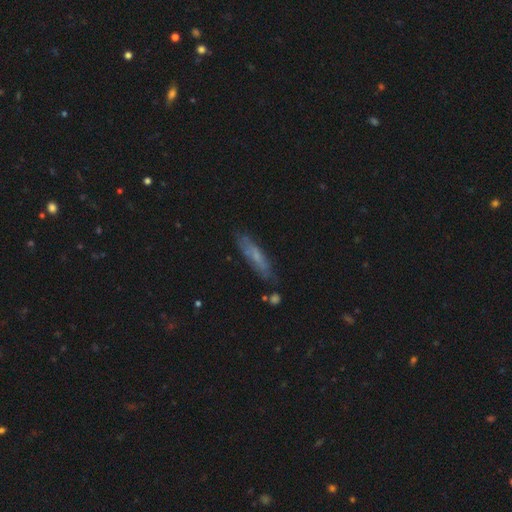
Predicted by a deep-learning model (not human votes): The model was most divided on "smooth or featured": smooth: 53%, featured or disk: 39%, star or artifact: 8%. More confident: how rounded — cigar-shaped (77%); merging — none (75%).